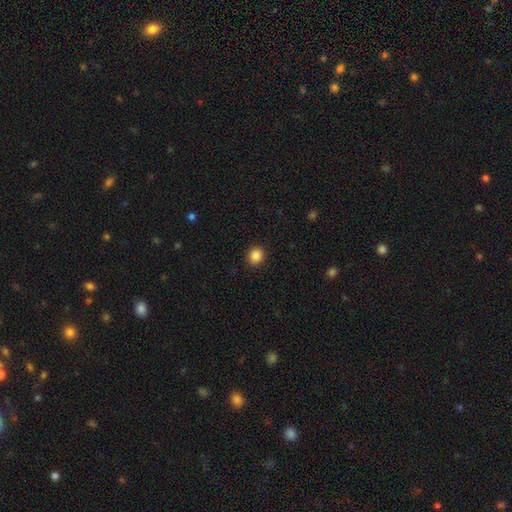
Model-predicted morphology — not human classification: Q: Smooth or featured?
A: smooth (87%); runner-up: star or artifact (10%)
Q: How rounded?
A: round (84%); runner-up: in between (15%)
Q: Merging?
A: none (92%); runner-up: minor disturbance (5%)